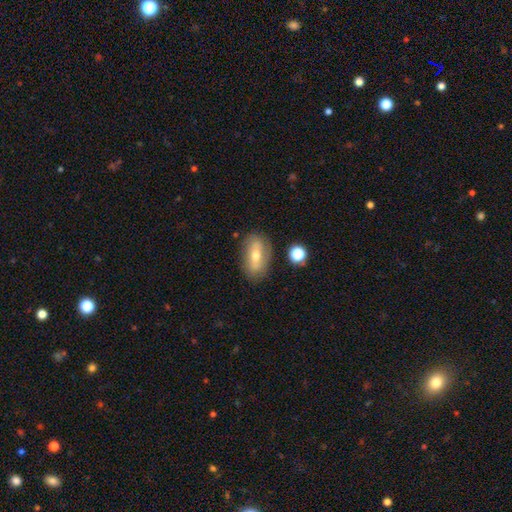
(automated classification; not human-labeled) The model was most divided on "smooth or featured": smooth: 52%, featured or disk: 40%, star or artifact: 8%. More confident: how rounded — in between (81%); merging — none (80%).